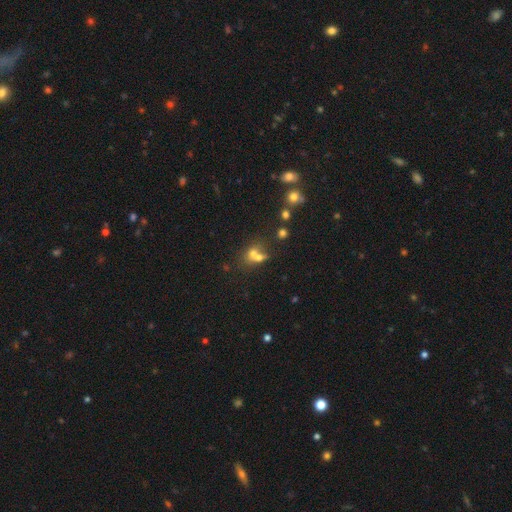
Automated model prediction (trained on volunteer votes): Q: Smooth or featured?
A: smooth (62%); runner-up: featured or disk (19%)
Q: How rounded?
A: round (59%); runner-up: in between (40%)
Q: Merging?
A: merger (57%); runner-up: none (30%)